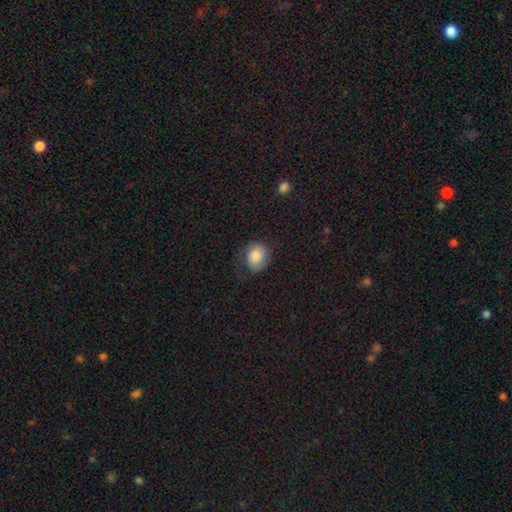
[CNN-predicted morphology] smooth_or_featured: smooth (p=0.73) [alt: featured or disk p=0.19]
how_rounded: in between (p=0.54) [alt: round p=0.45]
merging: none (p=0.63) [alt: minor disturbance p=0.22]